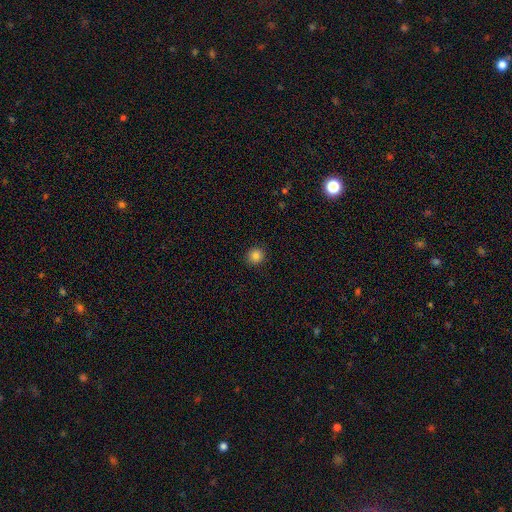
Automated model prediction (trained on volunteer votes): Smooth or featured?
  - smooth: 84% *
  - star or artifact: 12%
  - featured or disk: 4%
How rounded?
  - round: 91% *
  - in between: 8%
  - cigar-shaped: 1%
Merging?
  - none: 91% *
  - minor disturbance: 6%
  - major disturbance: 2%
  - merger: 1%